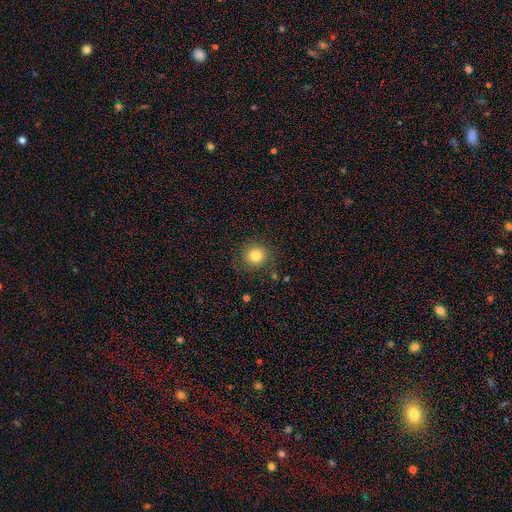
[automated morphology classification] Smooth or featured? smooth (81%)
How rounded? round (93%)
Merging? none (85%)